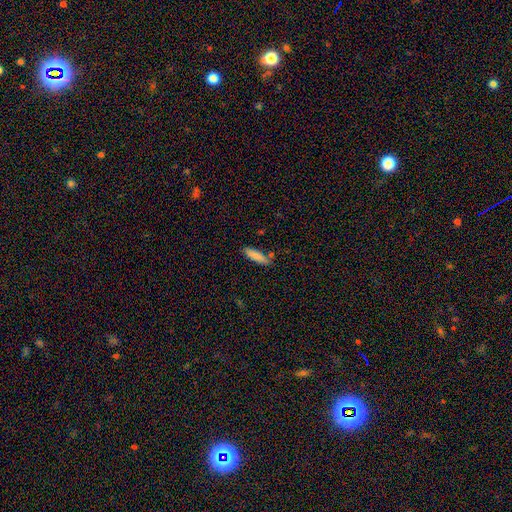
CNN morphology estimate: type=smooth (85%); roundness=cigar-shaped (59%); merging=none (75%).